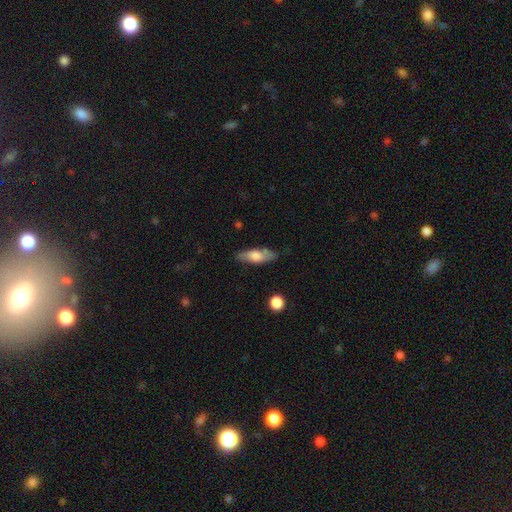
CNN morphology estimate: Q: Smooth or featured?
A: smooth (60%); runner-up: featured or disk (34%)
Q: How rounded?
A: in between (58%); runner-up: cigar-shaped (39%)
Q: Merging?
A: none (77%); runner-up: minor disturbance (16%)